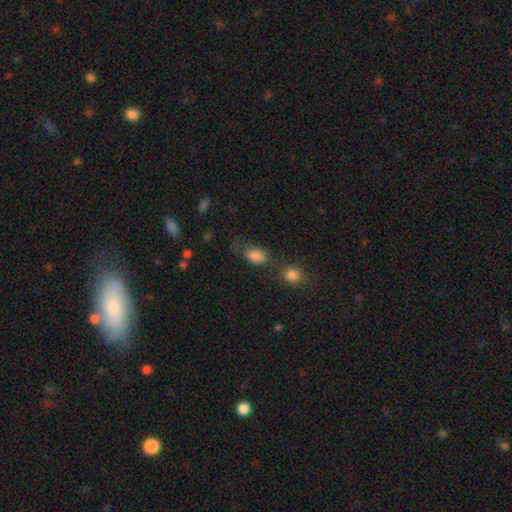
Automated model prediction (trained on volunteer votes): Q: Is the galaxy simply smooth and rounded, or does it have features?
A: smooth — 83%.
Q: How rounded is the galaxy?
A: in between — 77%.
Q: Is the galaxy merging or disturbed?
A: none — 50%.